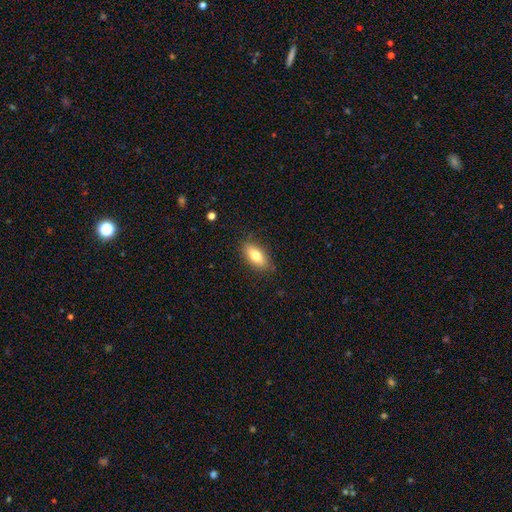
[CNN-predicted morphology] This appears to be a smooth galaxy with no disk features (77%) that is in between round and cigar-shaped (85%). Merging: none (84%).